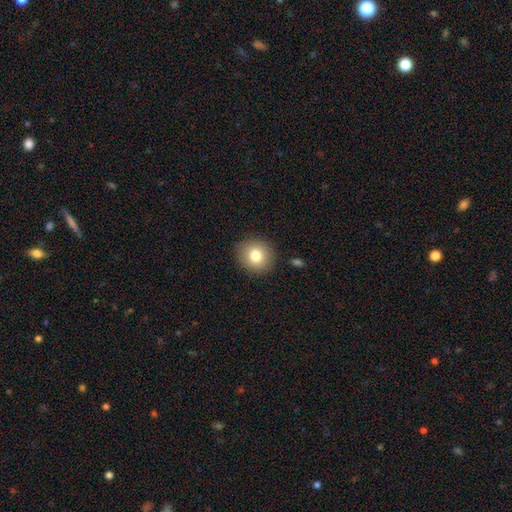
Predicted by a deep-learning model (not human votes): A smooth galaxy with no disk features (80%) that is round (88%).

Vote fractions:
- Smooth or featured? smooth: 80% / featured or disk: 10% / star or artifact: 10%
- How rounded? round: 88% / in between: 11% / cigar-shaped: 1%
- Merging? none: 88% / minor disturbance: 8% / major disturbance: 2% / merger: 2%